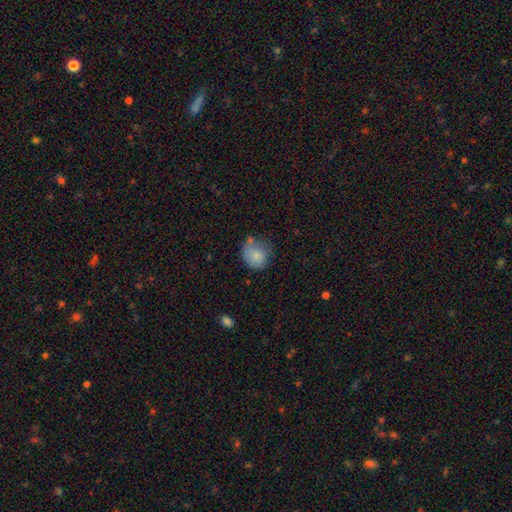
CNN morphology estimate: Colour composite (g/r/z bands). It shows a smooth galaxy with no disk features (80%) that is round (71%). Merging: none (48%).